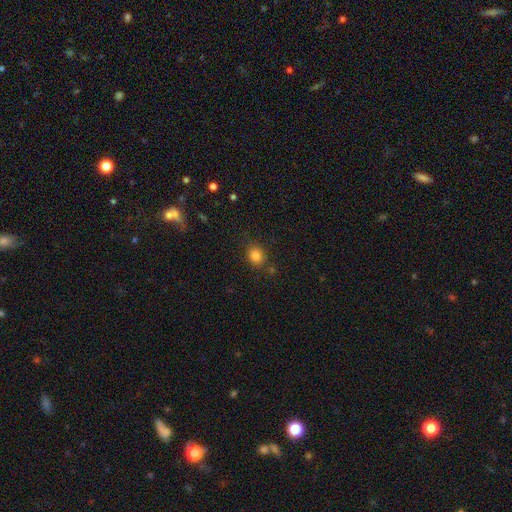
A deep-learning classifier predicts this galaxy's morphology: smooth-or-featured: smooth: 82% | star or artifact: 12% | featured or disk: 6%
  how-rounded: round: 65% | in between: 34% | cigar-shaped: 1%
  merging: none: 82% | minor disturbance: 12% | merger: 3% | major disturbance: 3%